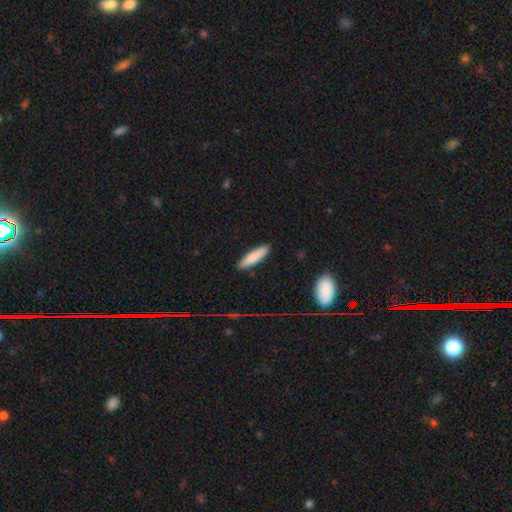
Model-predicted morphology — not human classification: smooth_or_featured: smooth (p=0.82) [alt: featured or disk p=0.12]
how_rounded: cigar-shaped (p=0.71) [alt: in between p=0.28]
merging: none (p=0.89) [alt: minor disturbance p=0.08]